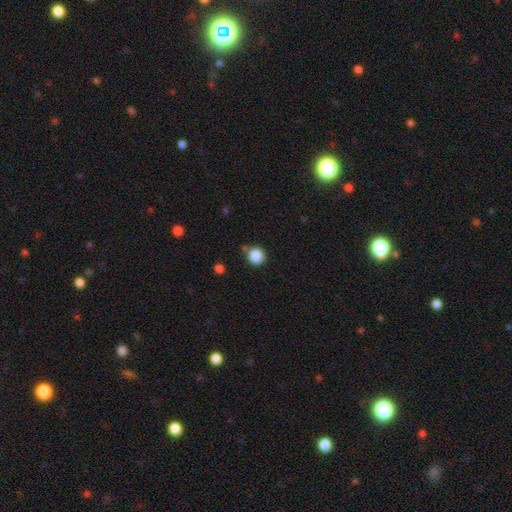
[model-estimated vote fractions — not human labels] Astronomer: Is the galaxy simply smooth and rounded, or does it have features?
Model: smooth — 86%.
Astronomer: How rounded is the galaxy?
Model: round — 89%.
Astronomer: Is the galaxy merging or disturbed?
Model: none — 80%.